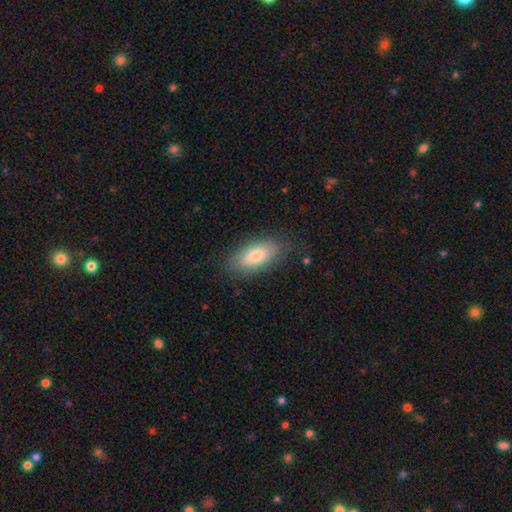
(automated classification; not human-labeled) This appears to be a smooth galaxy with no disk features (78%) that is in between round and cigar-shaped (87%). Merging: none (81%).